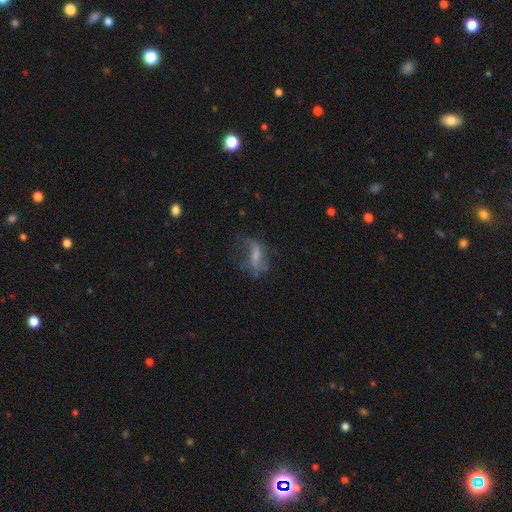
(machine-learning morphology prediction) smooth-or-featured: featured or disk: 53% | smooth: 35% | star or artifact: 12%
  disk-edge-on: no: 89% | yes: 11%
  merging: none: 39% | major disturbance: 34% | minor disturbance: 24% | merger: 4%